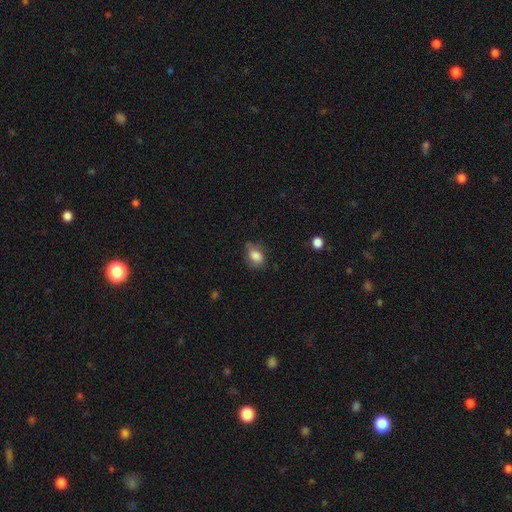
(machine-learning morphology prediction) Smooth or featured: smooth — 82% (featured or disk — 9%)
How rounded: in between — 71% (round — 28%)
Merging: none — 62% (minor disturbance — 28%)